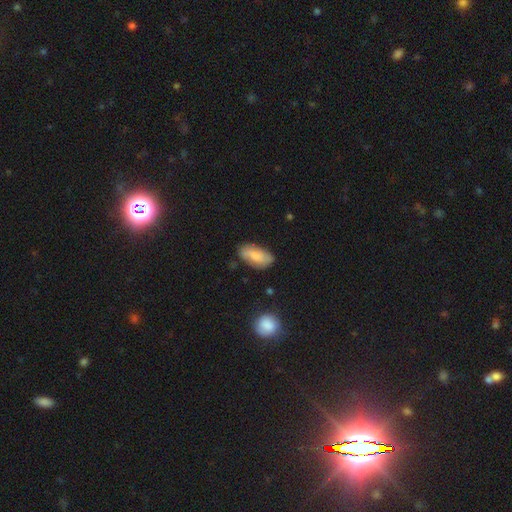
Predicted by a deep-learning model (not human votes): This is likely a smooth galaxy (75%). How rounded: clearly in between (91%). Merging: likely none (71%).